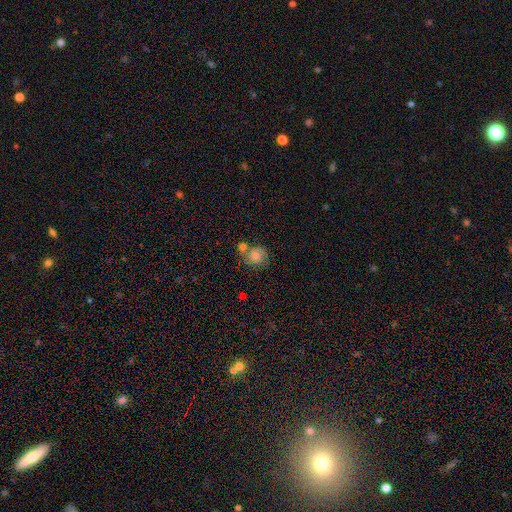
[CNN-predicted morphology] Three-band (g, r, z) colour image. It shows a smooth galaxy with no disk features (69%) that is round (79%). Merging: none (45%).